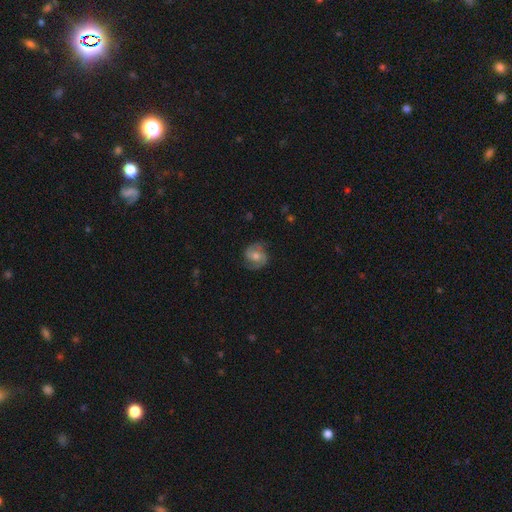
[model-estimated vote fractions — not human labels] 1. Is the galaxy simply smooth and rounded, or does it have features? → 74% featured or disk, 19% smooth, 7% star or artifact.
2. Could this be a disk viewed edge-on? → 98% no, 2% yes.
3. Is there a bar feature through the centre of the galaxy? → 56% no, 35% weak, 8% strong.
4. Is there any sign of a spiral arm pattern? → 94% yes, 6% no.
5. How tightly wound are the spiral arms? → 49% medium, 35% tight, 16% loose.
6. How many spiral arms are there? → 89% 2, 5% can't tell, 2% 1, 2% 3, 1% 4, 1% more than 4.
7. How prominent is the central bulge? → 65% moderate, 22% small, 9% large, 3% none, 1% dominant.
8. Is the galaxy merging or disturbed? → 79% none, 15% minor disturbance, 5% major disturbance, 1% merger.